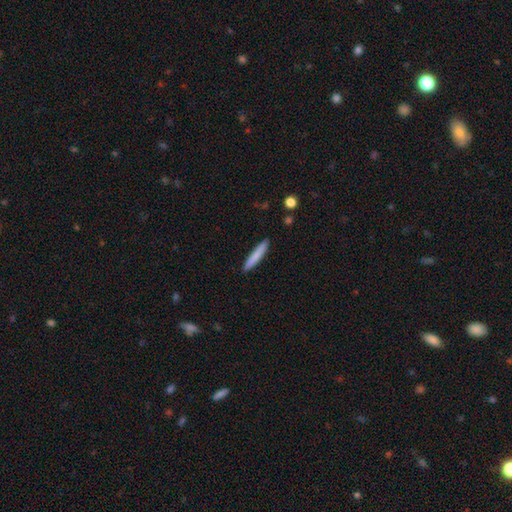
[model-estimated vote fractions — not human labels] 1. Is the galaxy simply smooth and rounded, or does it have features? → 81% smooth, 14% featured or disk, 6% star or artifact.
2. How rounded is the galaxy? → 94% cigar-shaped, 5% in between, 1% round.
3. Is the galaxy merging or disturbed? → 90% none, 7% minor disturbance, 1% major disturbance, 1% merger.